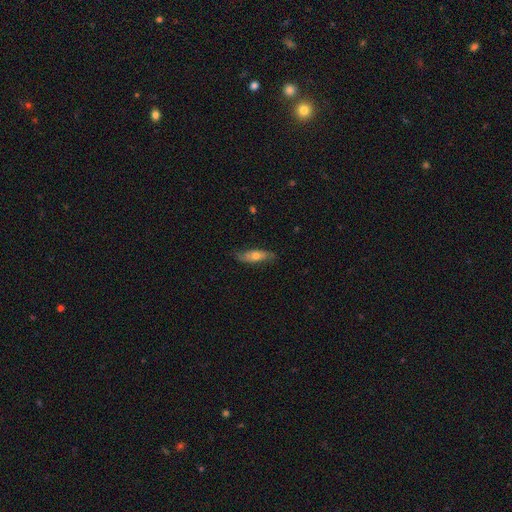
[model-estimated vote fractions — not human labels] smooth 51%, featured or disk 43%, star or artifact 6%. Down the decision tree: how rounded — in between (52%); merging — none (75%).